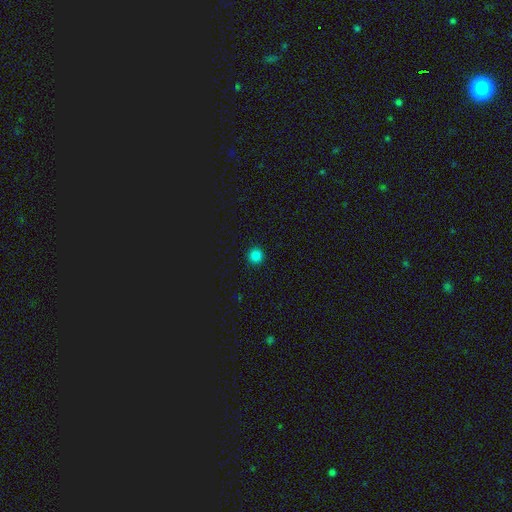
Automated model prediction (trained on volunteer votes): Smooth or featured: smooth — 83% (star or artifact — 14%)
How rounded: round — 95% (in between — 4%)
Merging: none — 93% (minor disturbance — 5%)